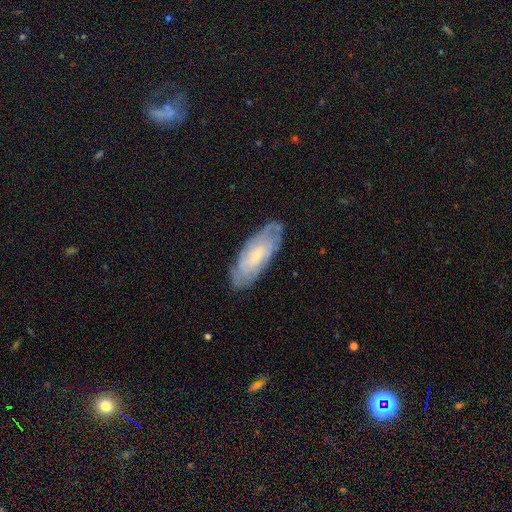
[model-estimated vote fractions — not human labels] The model was most divided on "smooth or featured": featured or disk: 66%, smooth: 27%, star or artifact: 6%. More confident: edge-on disk — no (88%); spiral arms — yes (86%); merging — none (77%); bulge size — small (73%); bar — no (68%).